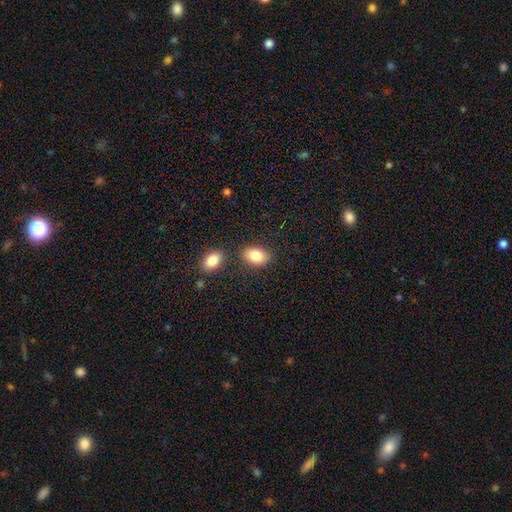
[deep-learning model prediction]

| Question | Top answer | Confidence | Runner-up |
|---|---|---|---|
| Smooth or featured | smooth | 85% | star or artifact (8%) |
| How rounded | in between | 87% | round (12%) |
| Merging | none | 76% | minor disturbance (11%) |